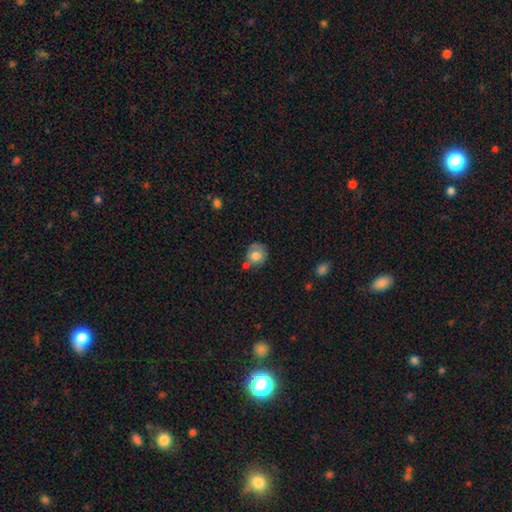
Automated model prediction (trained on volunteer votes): This appears to be a smooth galaxy with no disk features (72%) that is round (79%). Merging: none (52%).